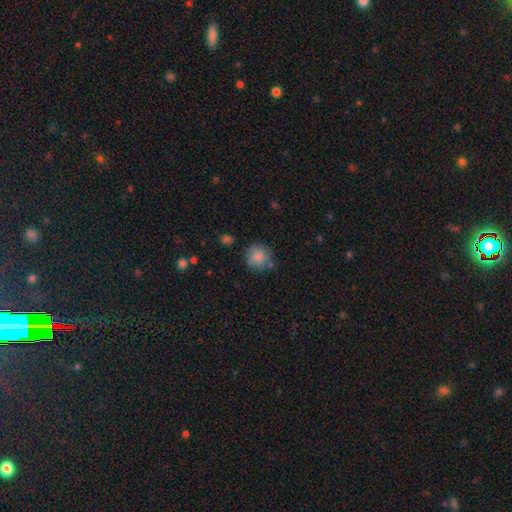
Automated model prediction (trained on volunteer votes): Q: Smooth or featured?
A: smooth (83%); runner-up: star or artifact (11%)
Q: How rounded?
A: round (92%); runner-up: in between (7%)
Q: Merging?
A: none (80%); runner-up: minor disturbance (13%)